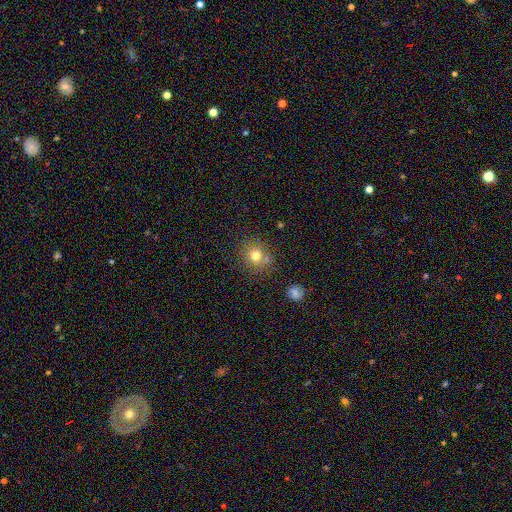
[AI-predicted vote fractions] Smooth or featured: smooth — 75% (star or artifact — 14%)
How rounded: round — 84% (in between — 15%)
Merging: none — 74% (minor disturbance — 12%)